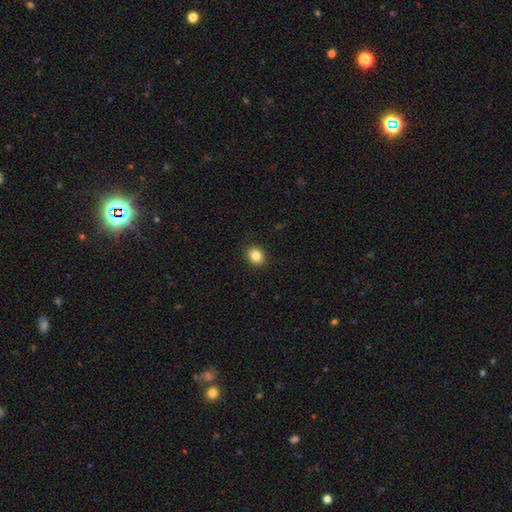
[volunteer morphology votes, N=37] Overall: smooth (92%). How rounded: round (59%; in between 38%). Merging: none (100%).